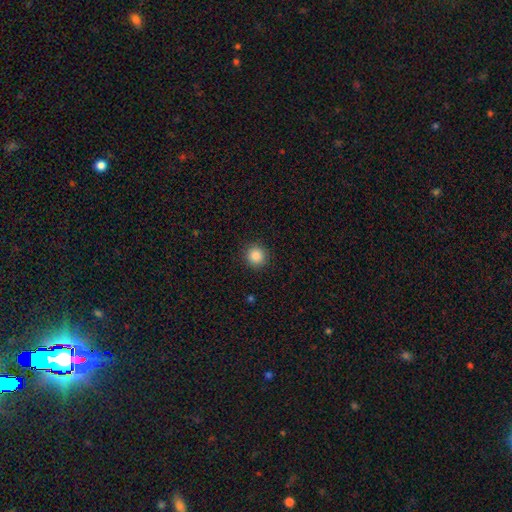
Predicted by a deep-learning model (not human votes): Smooth or featured? smooth (86%)
How rounded? round (94%)
Merging? none (92%)